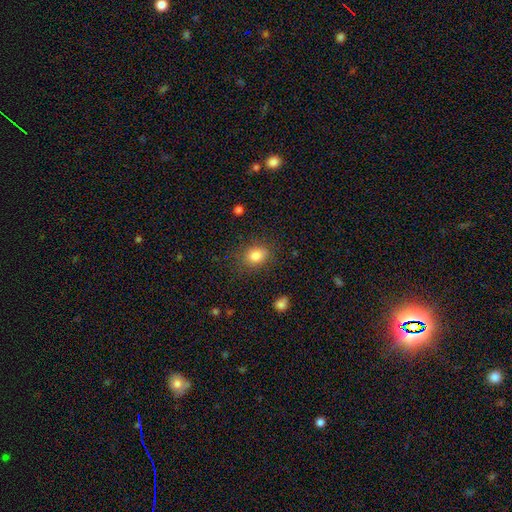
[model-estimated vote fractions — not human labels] Smooth or featured? smooth (83%)
How rounded? in between (56%)
Merging? none (78%)